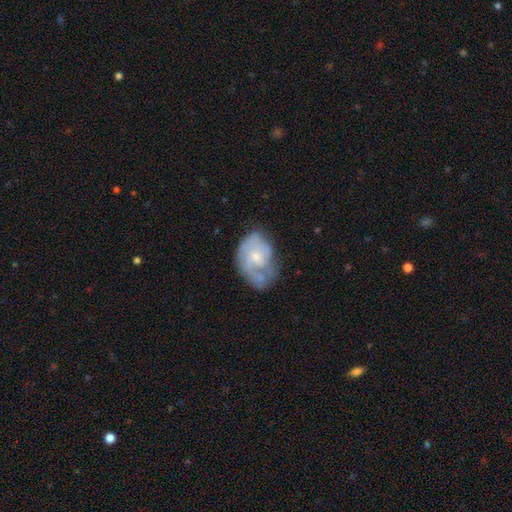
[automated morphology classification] featured or disk 69%, smooth 24%, star or artifact 6%. Down the decision tree: edge-on disk — no (97%); bar — no (73%); spiral arms — yes (82%); spiral arm count — can't tell (31%); spiral winding — tight (44%); bulge size — small (67%); merging — none (42%).